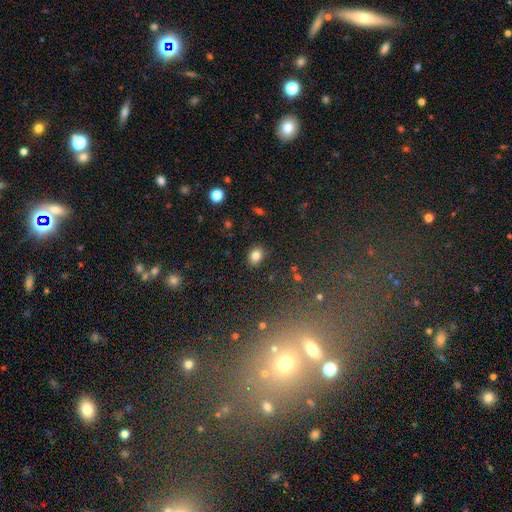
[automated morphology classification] Smooth or featured: smooth — 82% (star or artifact — 11%)
How rounded: in between — 60% (round — 39%)
Merging: none — 87% (minor disturbance — 9%)